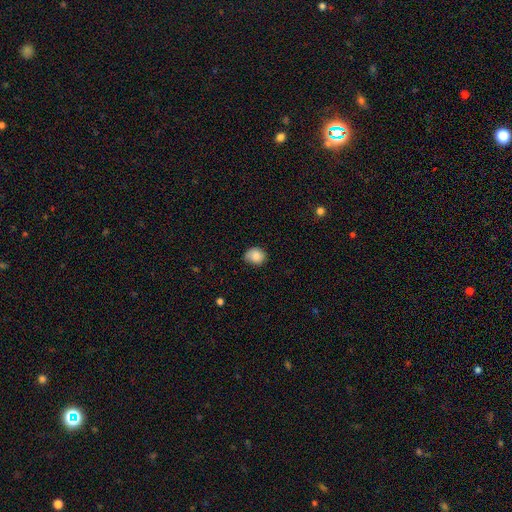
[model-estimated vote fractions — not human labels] The model was most divided on "how rounded": round: 65%, in between: 34%, cigar-shaped: 1%. More confident: smooth or featured — smooth (83%); merging — none (63%).